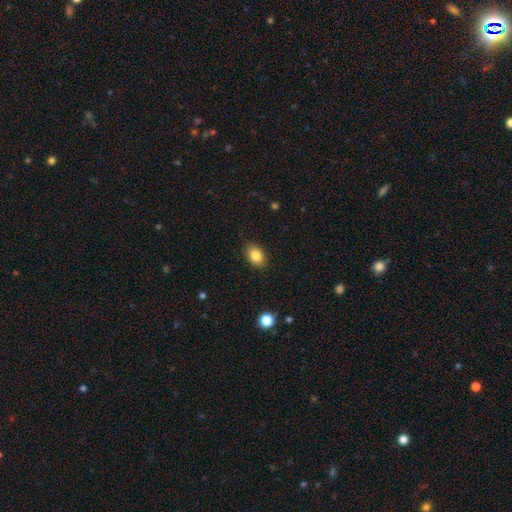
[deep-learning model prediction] The model was most divided on "how rounded": in between: 79%, round: 20%, cigar-shaped: 1%. More confident: merging — none (88%); smooth or featured — smooth (84%).